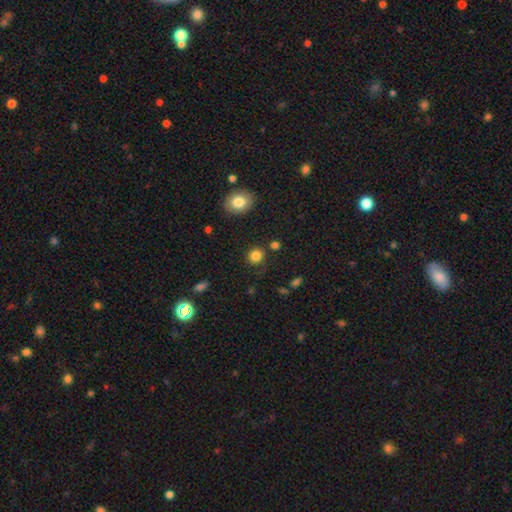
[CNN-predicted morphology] Smooth or featured?
  - smooth: 83% *
  - star or artifact: 12%
  - featured or disk: 5%
How rounded?
  - round: 86% *
  - in between: 13%
  - cigar-shaped: 1%
Merging?
  - none: 82% *
  - minor disturbance: 10%
  - major disturbance: 4%
  - merger: 4%